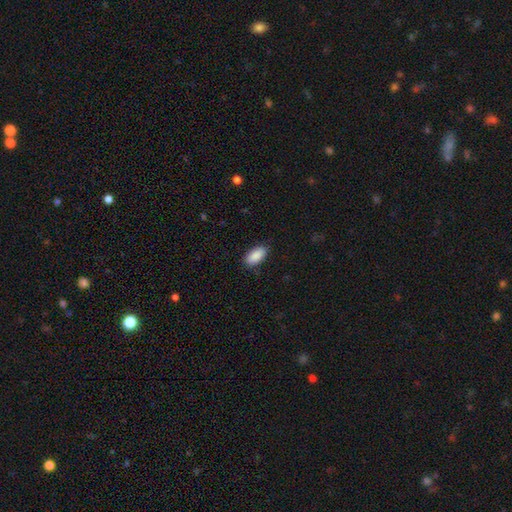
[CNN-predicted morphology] smooth-or-featured: smooth: 90% | star or artifact: 6% | featured or disk: 4%
  how-rounded: in between: 93% | cigar-shaped: 5% | round: 2%
  merging: none: 86% | minor disturbance: 11% | major disturbance: 2% | merger: 1%